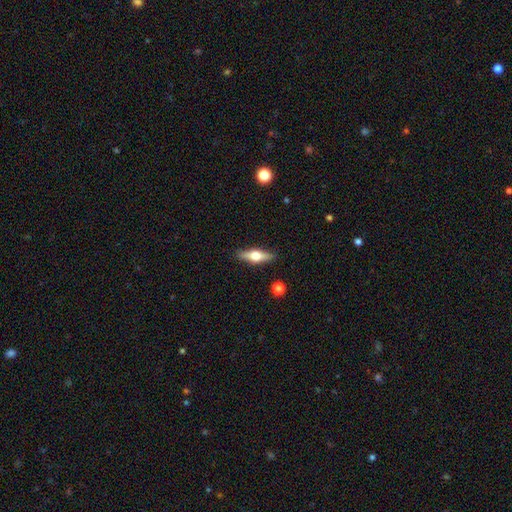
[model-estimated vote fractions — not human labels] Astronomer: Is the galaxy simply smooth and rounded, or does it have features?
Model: featured or disk — 54% (runner-up: smooth, 40%).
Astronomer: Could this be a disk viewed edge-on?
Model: yes — 93%.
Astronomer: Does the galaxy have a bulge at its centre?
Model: rounded — 94%.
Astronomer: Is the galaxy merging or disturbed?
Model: none — 88%.